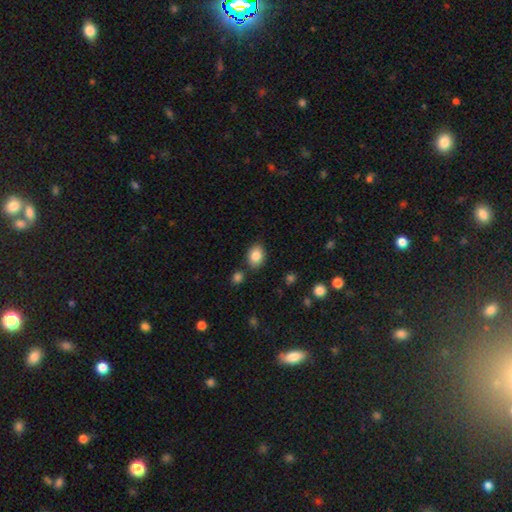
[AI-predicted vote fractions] Overall: smooth (86%). How rounded: in between (70%). Merging: none (81%).